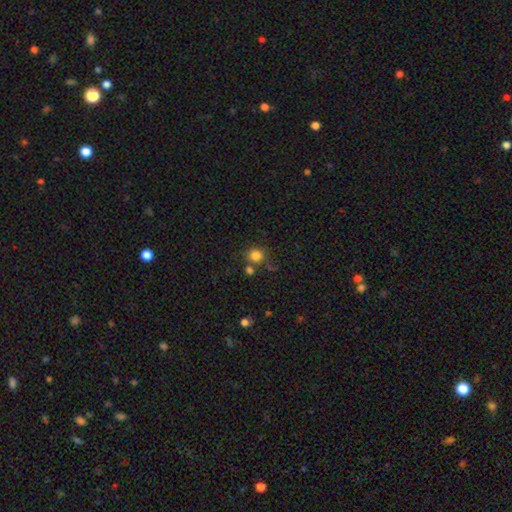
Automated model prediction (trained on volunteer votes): smooth 82%, star or artifact 12%, featured or disk 6%. Down the decision tree: how rounded — round (83%); merging — none (70%).